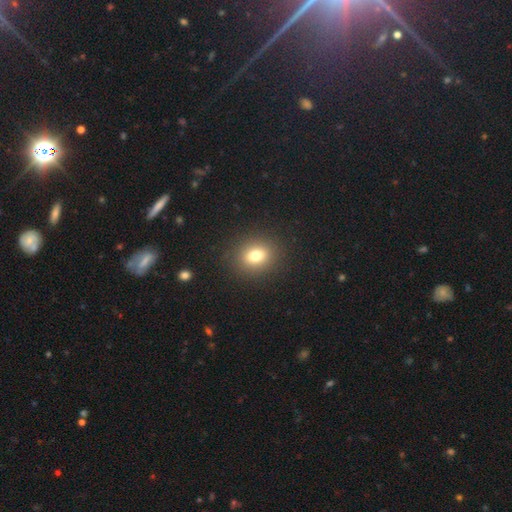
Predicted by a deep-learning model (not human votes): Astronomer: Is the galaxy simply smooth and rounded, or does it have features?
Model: smooth — 77%.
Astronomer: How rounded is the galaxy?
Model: round — 55% (runner-up: in between, 44%).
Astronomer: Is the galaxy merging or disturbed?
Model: none — 89%.